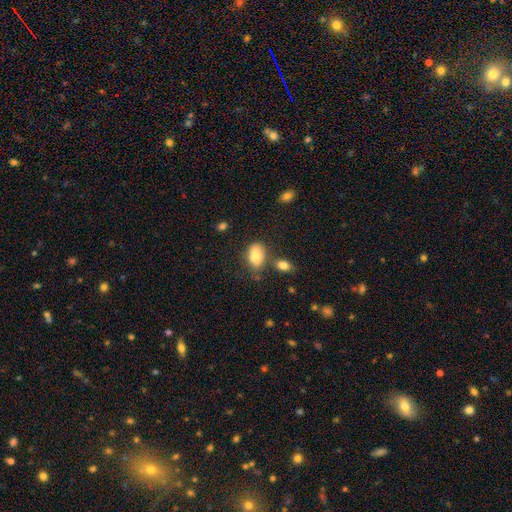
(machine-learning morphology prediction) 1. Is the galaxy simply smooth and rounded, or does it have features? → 83% smooth, 9% featured or disk, 8% star or artifact.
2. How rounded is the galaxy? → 89% in between, 9% round, 2% cigar-shaped.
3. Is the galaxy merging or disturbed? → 55% none, 24% minor disturbance, 14% merger, 8% major disturbance.